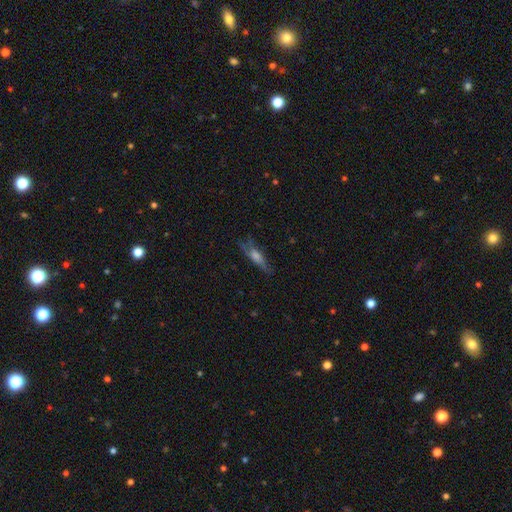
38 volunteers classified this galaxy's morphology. Volunteers were most divided on "merging": minor disturbance: 38%, none: 35%, major disturbance: 21%, merger: 6%. More confident: edge-on disk — yes (71%); smooth or featured — featured or disk (63%); edge-on bulge — rounded (59%).